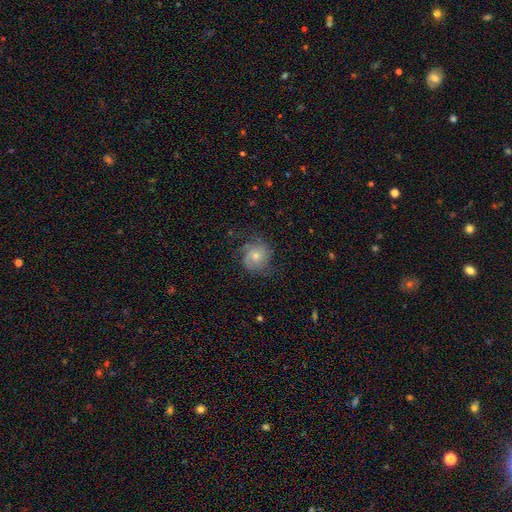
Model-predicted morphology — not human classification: Smooth or featured? featured or disk (61%)
Edge-on disk? no (97%)
Bar? no (78%)
Spiral arms? yes (88%)
Spiral winding? tight (45%)
Spiral arm count? 2 (36%)
Bulge size? moderate (51%)
Merging? none (63%)